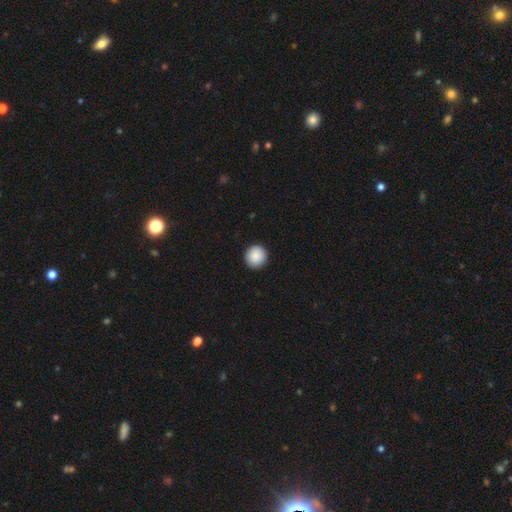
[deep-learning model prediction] Smooth or featured? Predicted: smooth (p=0.90). How rounded? Predicted: round (p=0.95). Merging? Predicted: none (p=0.93).